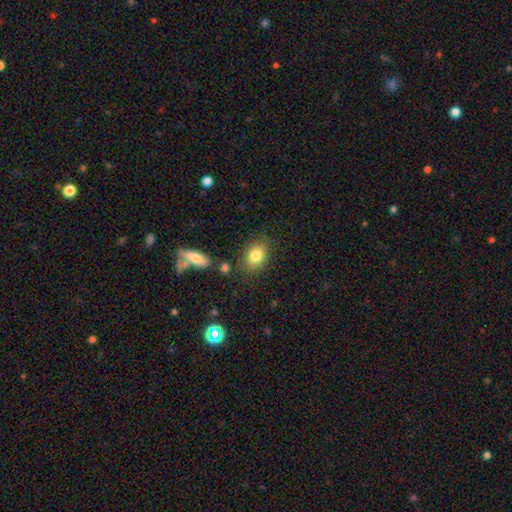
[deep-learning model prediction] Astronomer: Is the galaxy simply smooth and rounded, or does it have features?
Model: smooth — 82%.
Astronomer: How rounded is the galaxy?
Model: in between — 69%.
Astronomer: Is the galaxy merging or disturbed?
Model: none — 78%.